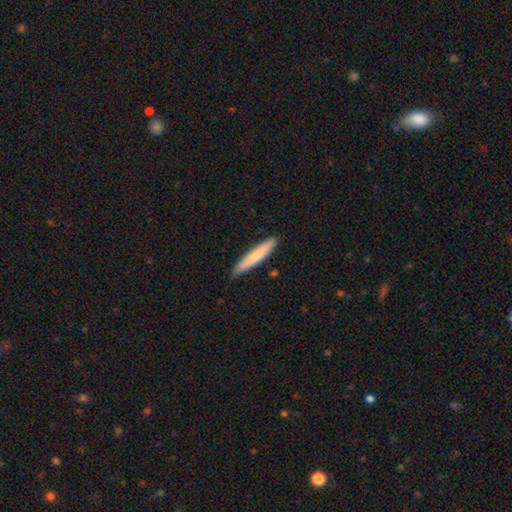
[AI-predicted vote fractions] Smooth or featured: smooth — 76% (featured or disk — 19%)
How rounded: cigar-shaped — 93% (in between — 6%)
Merging: none — 85% (minor disturbance — 12%)